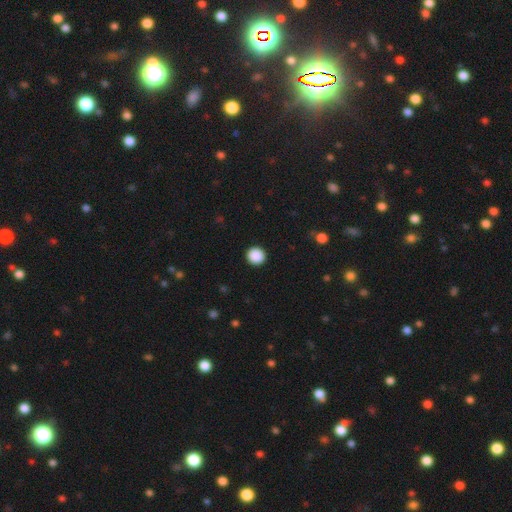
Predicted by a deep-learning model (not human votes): smooth-or-featured: smooth: 89% | star or artifact: 9% | featured or disk: 2%
  how-rounded: round: 94% | in between: 5% | cigar-shaped: 1%
  merging: none: 93% | minor disturbance: 4% | major disturbance: 2% | merger: 1%